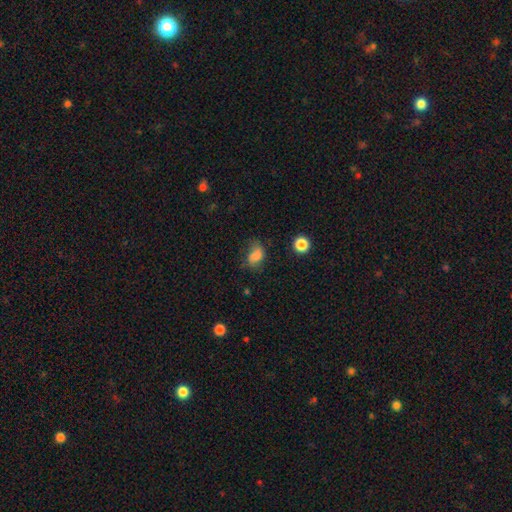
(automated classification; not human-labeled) A smooth galaxy with no disk features (74%) that is in between round and cigar-shaped (72%). Merging: none (49%).